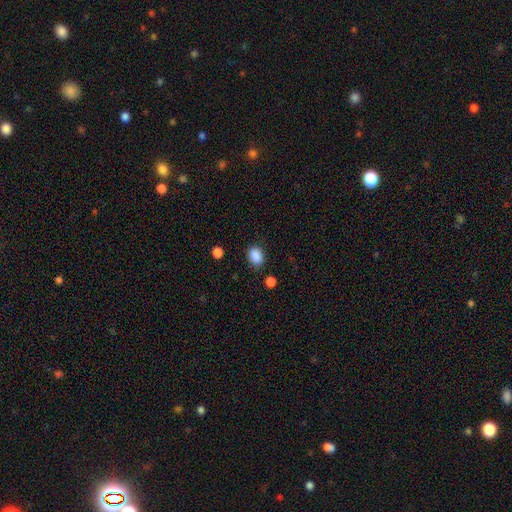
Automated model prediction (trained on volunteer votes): This is clearly a smooth galaxy (88%). How rounded: likely in between (65%). Merging: likely none (76%).